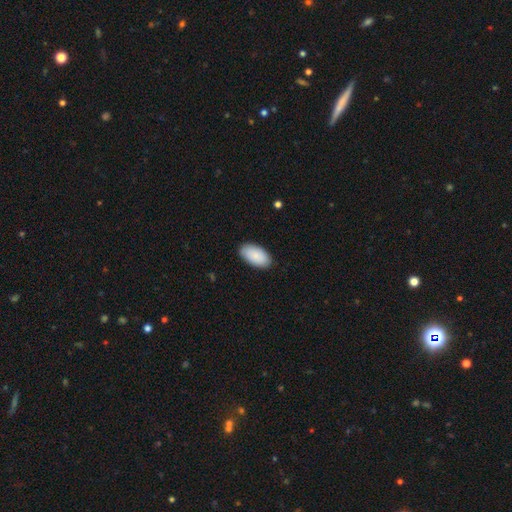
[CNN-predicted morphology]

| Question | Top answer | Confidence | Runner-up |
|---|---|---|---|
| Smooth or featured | smooth | 88% | featured or disk (6%) |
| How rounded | in between | 96% | round (2%) |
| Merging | none | 88% | minor disturbance (9%) |